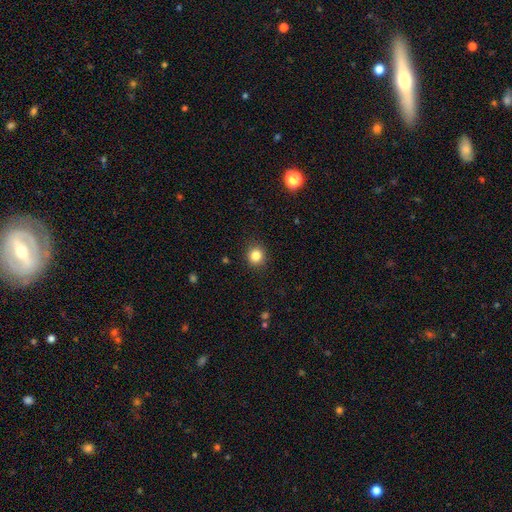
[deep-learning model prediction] smooth-or-featured: smooth: 84% | star or artifact: 11% | featured or disk: 5%
  how-rounded: round: 85% | in between: 14% | cigar-shaped: 1%
  merging: none: 90% | minor disturbance: 7% | major disturbance: 2% | merger: 1%